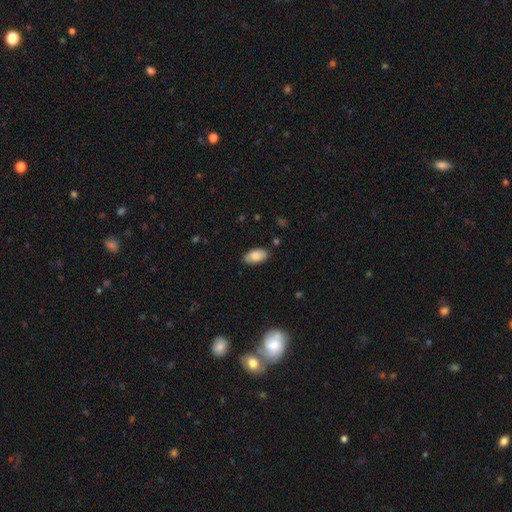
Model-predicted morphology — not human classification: A smooth galaxy with no disk features (81%) that is in between round and cigar-shaped (94%). Merging: none (84%).